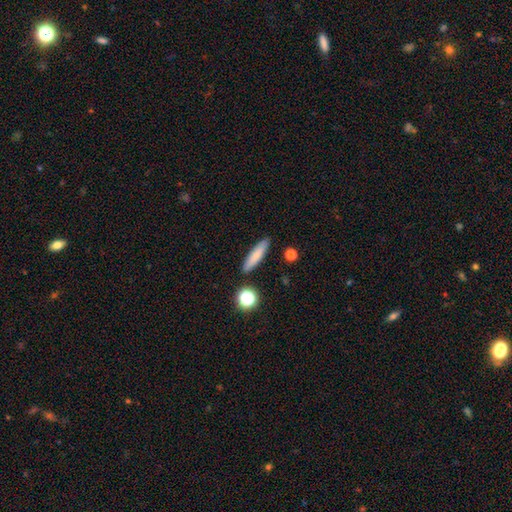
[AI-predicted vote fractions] Smooth or featured?
  - smooth: 79% *
  - featured or disk: 13%
  - star or artifact: 8%
How rounded?
  - cigar-shaped: 80% *
  - in between: 17%
  - round: 2%
Merging?
  - none: 88% *
  - minor disturbance: 8%
  - merger: 2%
  - major disturbance: 2%